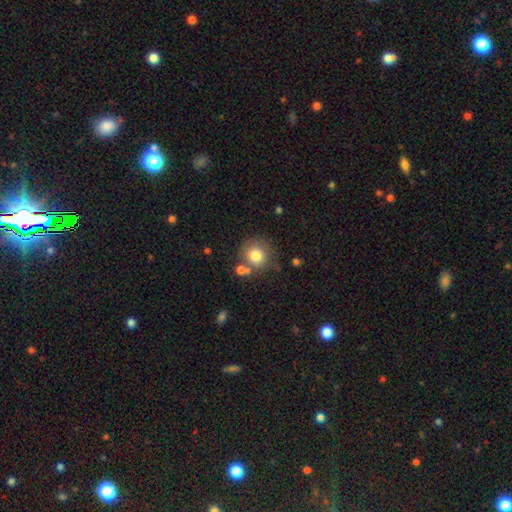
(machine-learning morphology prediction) smooth 78%, featured or disk 11%, star or artifact 11%. Down the decision tree: how rounded — round (90%); merging — none (69%).